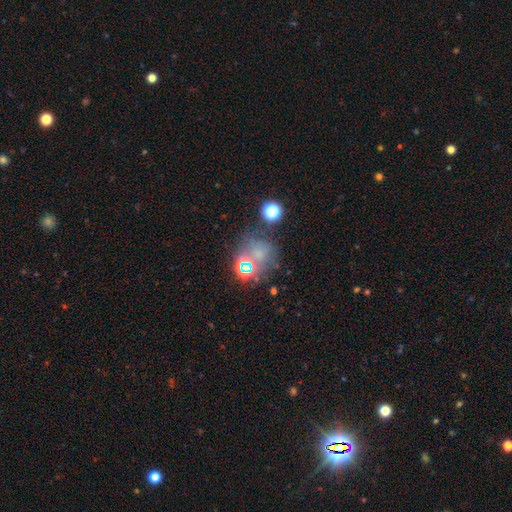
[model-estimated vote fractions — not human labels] smooth-or-featured: star or artifact: 37% | smooth: 32% | featured or disk: 31%